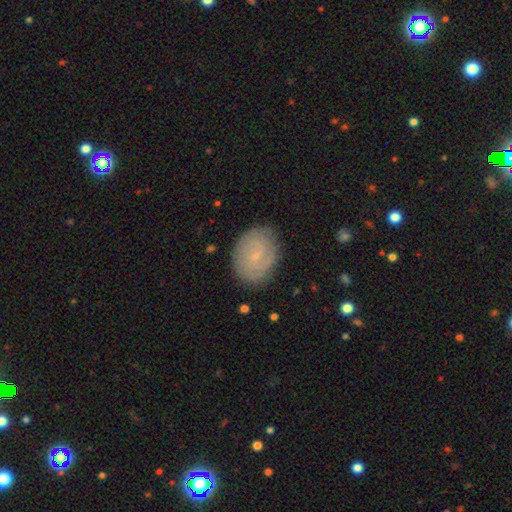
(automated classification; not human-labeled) This is possibly a featured or disk galaxy (53%). It is clearly not viewed edge-on (96%). Bar: possibly no (59%). Spiral arm pattern: likely yes (80%). Central bulge: clearly small (82%). Merging: clearly none (83%).